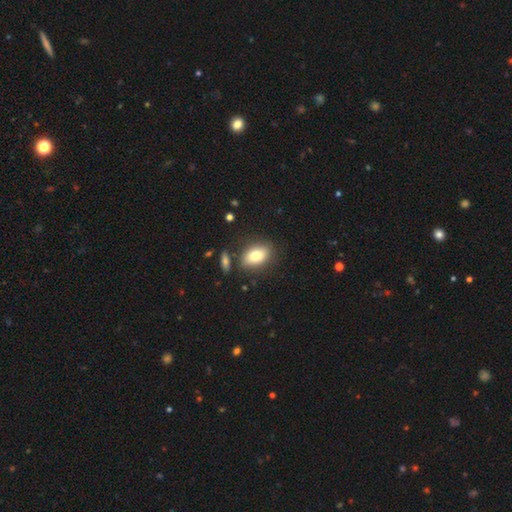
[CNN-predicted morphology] Overall: smooth (78%). How rounded: in between (86%). Merging: none (78%).